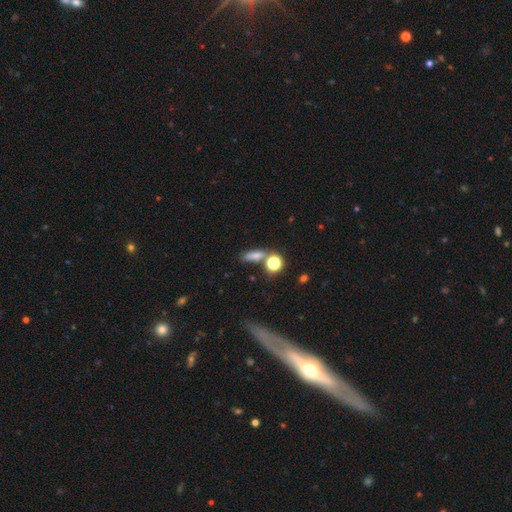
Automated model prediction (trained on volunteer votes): Smooth or featured? Predicted: smooth (p=0.67). How rounded? Predicted: in between (p=0.43). Merging? Predicted: none (p=0.62).